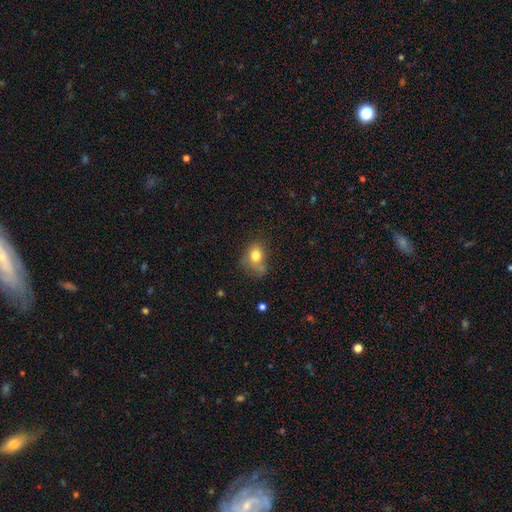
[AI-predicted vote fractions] Morphology: type=smooth (77%); roundness=in between (59%); merging=none (42%).